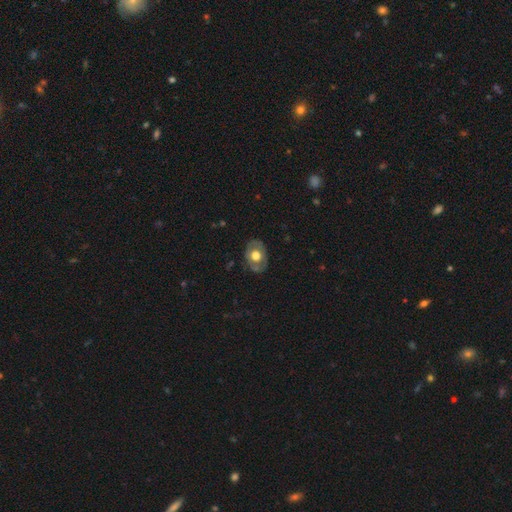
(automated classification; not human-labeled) smooth 47%, featured or disk 46%, star or artifact 6%. Down the decision tree: merging — none (78%).